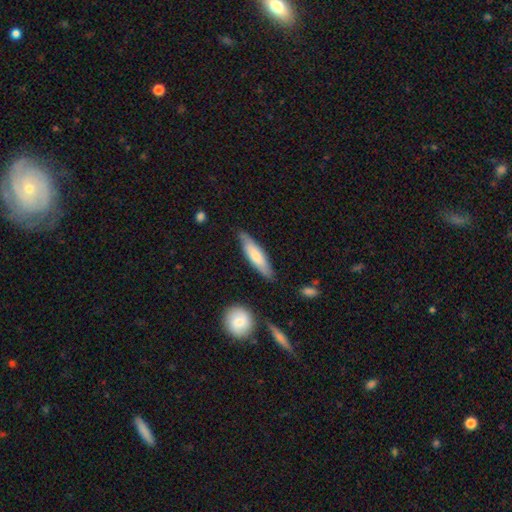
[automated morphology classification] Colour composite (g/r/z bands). It shows a smooth galaxy with no disk features (65%) that is cigar-shaped (70%). Merging: none (80%).